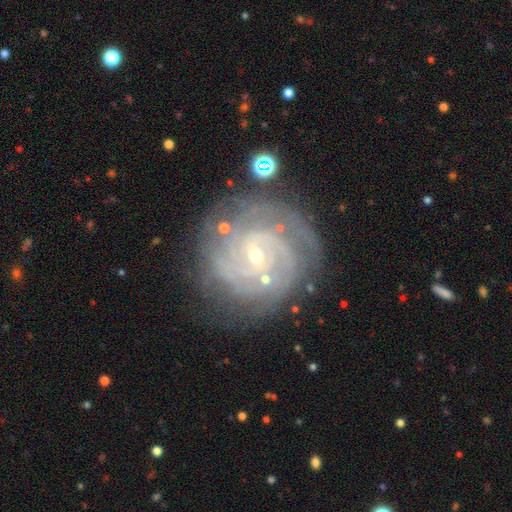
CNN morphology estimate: This is clearly a featured or disk galaxy (89%). It is clearly not viewed edge-on (98%). Bar: possibly weak (46%). Spiral arm pattern: clearly yes (97%). Spiral arm count: marginally 2 (24%, tied with can't tell). Spiral winding: likely tight (76%). Central bulge: likely small (76%). Merging: likely none (77%).